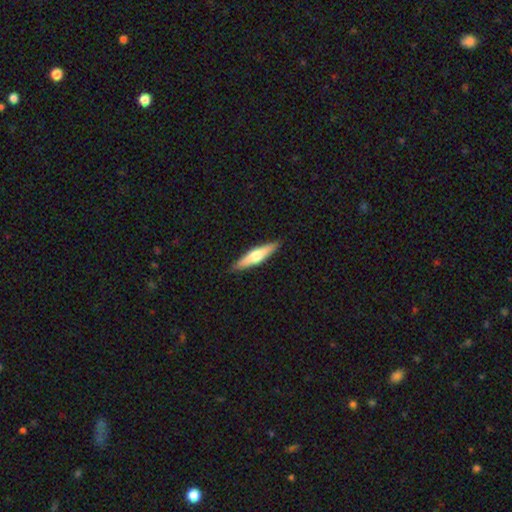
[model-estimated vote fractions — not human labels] This appears to be a smooth galaxy with no disk features (49%). Merging: none (89%).